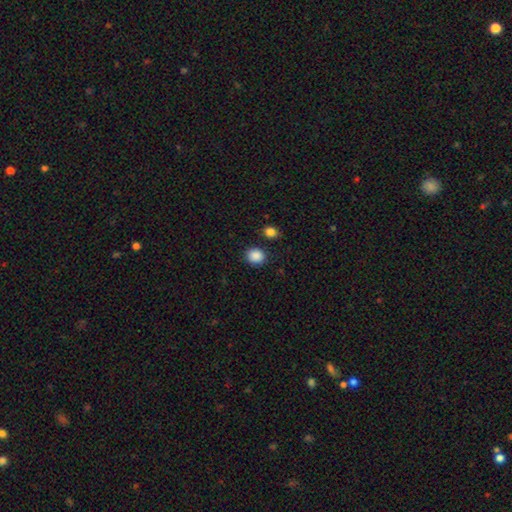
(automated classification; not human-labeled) Morphology: type=smooth (88%); roundness=round (74%); merging=none (84%).